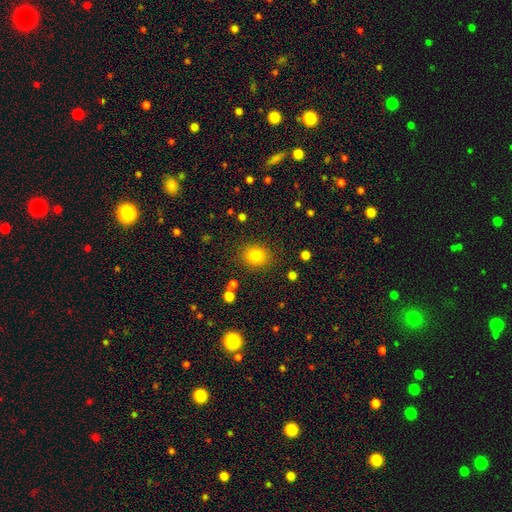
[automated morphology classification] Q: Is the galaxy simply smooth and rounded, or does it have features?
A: smooth — 81%.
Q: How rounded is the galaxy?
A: round — 70%.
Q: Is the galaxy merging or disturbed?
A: none — 86%.